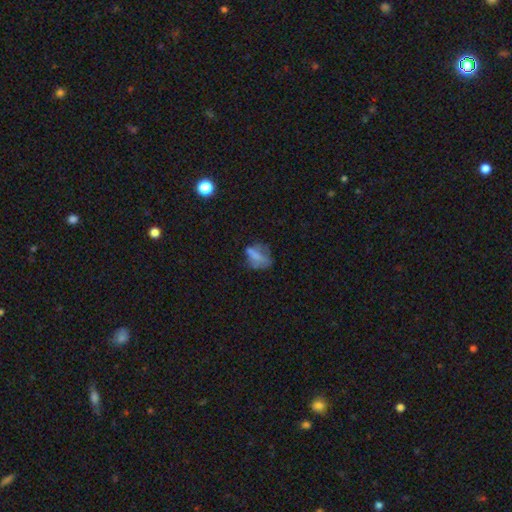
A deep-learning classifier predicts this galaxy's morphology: Overall: smooth (56%; featured or disk 31%). How rounded: in between (67%). Merging: none (41%; minor disturbance 26%).